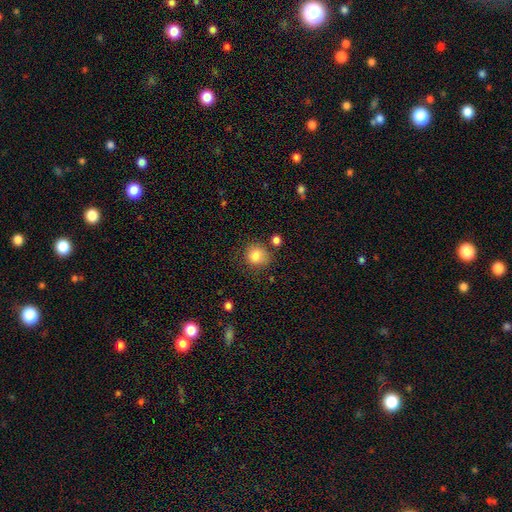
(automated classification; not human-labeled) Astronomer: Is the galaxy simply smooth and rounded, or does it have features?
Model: smooth — 84%.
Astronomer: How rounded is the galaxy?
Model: round — 84%.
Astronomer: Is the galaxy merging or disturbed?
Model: none — 71%.